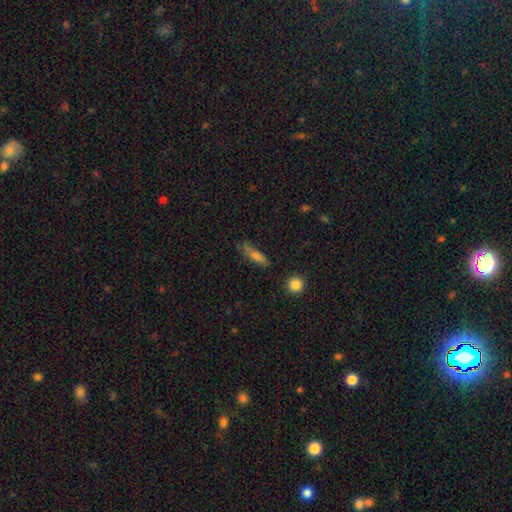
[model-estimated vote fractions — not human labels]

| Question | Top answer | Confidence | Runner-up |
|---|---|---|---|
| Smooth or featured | smooth | 71% | featured or disk (19%) |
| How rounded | cigar-shaped | 70% | in between (27%) |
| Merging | none | 69% | minor disturbance (22%) |